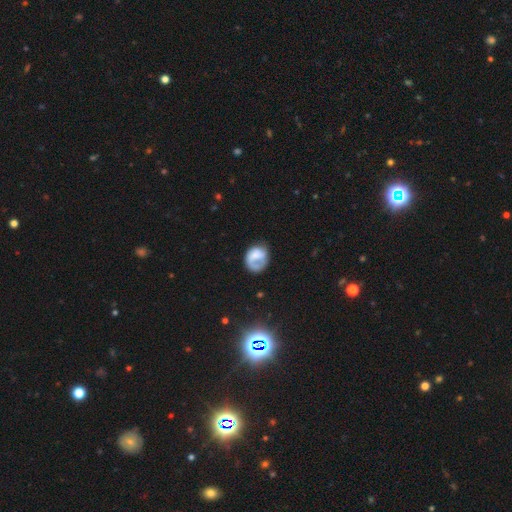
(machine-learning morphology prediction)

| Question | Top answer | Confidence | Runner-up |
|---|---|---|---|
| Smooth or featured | smooth | 54% | featured or disk (37%) |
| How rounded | round | 55% | in between (44%) |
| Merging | none | 44% | major disturbance (28%) |